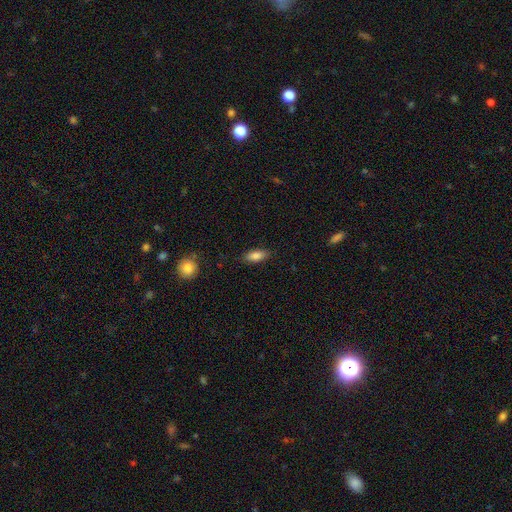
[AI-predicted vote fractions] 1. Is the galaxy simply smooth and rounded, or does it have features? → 84% smooth, 9% featured or disk, 8% star or artifact.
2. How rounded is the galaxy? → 80% in between, 17% cigar-shaped, 3% round.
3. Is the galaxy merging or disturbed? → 85% none, 11% minor disturbance, 2% major disturbance, 1% merger.